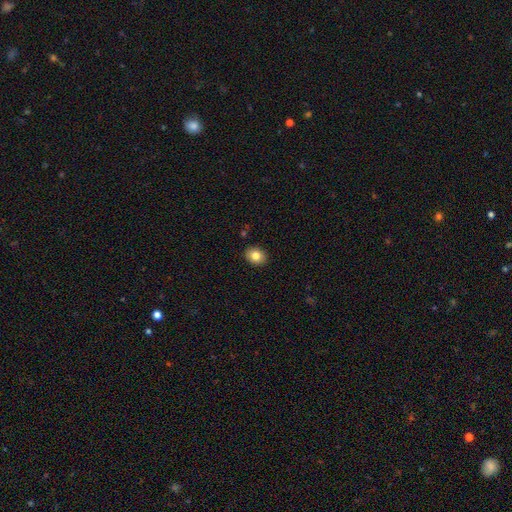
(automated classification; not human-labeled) The model was most divided on "how rounded": in between: 51%, round: 48%, cigar-shaped: 1%. More confident: merging — none (90%); smooth or featured — smooth (82%).